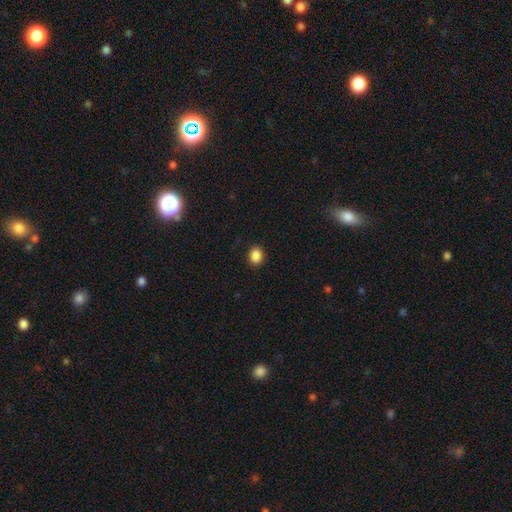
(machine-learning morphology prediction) smooth-or-featured: smooth: 88% | star or artifact: 10% | featured or disk: 3%
  how-rounded: round: 67% | in between: 32% | cigar-shaped: 1%
  merging: none: 91% | minor disturbance: 6% | major disturbance: 2% | merger: 1%